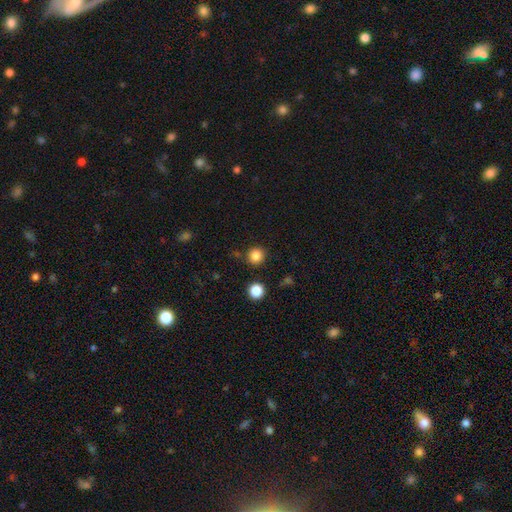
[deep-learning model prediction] This appears to be a smooth galaxy with no disk features (84%) that is round (94%). Merging: none (87%).